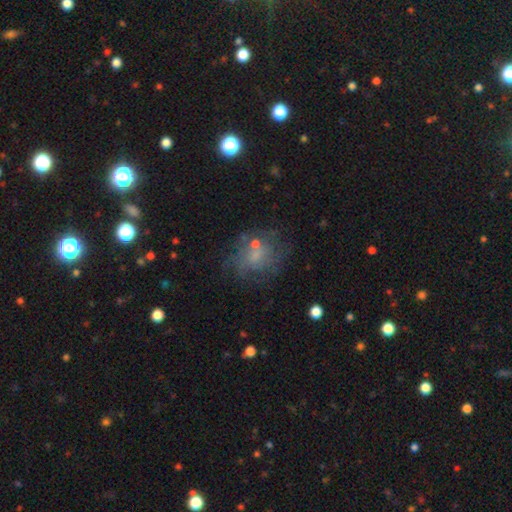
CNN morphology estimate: Smooth or featured? Predicted: featured or disk (p=0.48). Merging? Predicted: none (p=0.57).